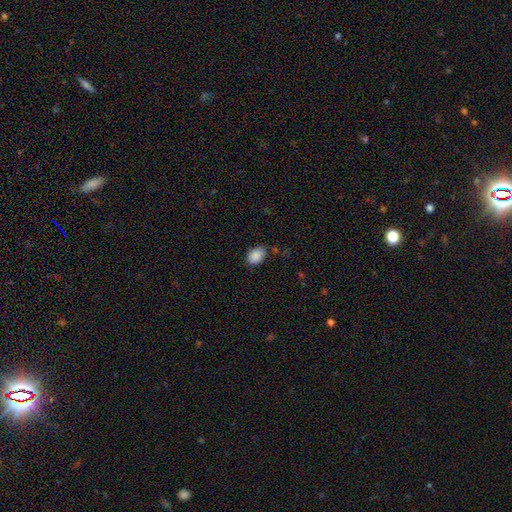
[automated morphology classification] This is clearly a smooth galaxy (89%). How rounded: clearly in between (85%). Merging: clearly none (81%).